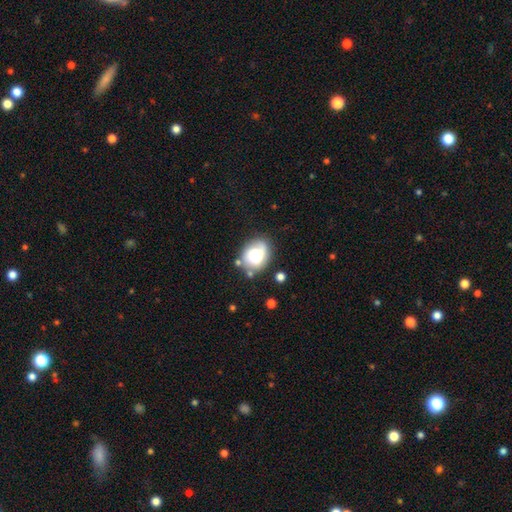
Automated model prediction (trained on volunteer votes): Morphology: type=smooth (51%); roundness=in between (51%); merging=none (61%).